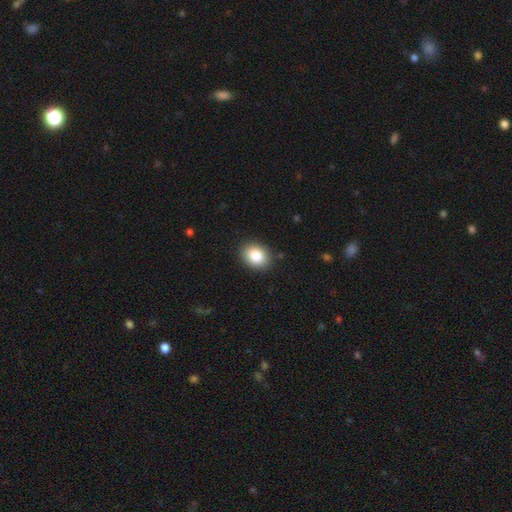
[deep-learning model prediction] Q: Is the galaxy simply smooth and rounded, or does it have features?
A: smooth — 86%.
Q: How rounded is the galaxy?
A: in between — 61%.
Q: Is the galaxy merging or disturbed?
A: none — 88%.